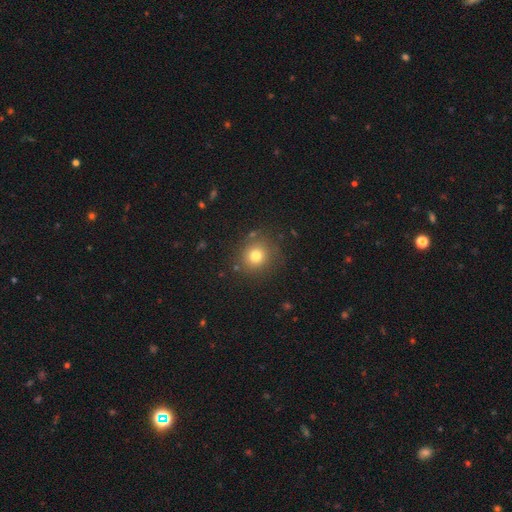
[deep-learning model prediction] This appears to be a smooth galaxy with no disk features (76%) that is round (87%). Merging: none (83%).